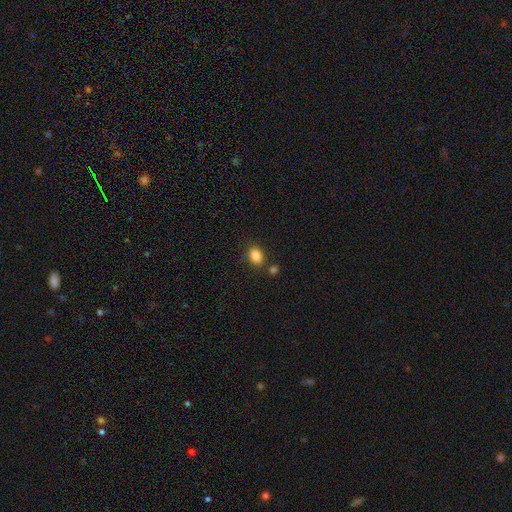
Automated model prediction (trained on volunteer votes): smooth_or_featured: smooth (p=0.86) [alt: star or artifact p=0.10]
how_rounded: in between (p=0.74) [alt: round p=0.25]
merging: none (p=0.76) [alt: minor disturbance p=0.11]